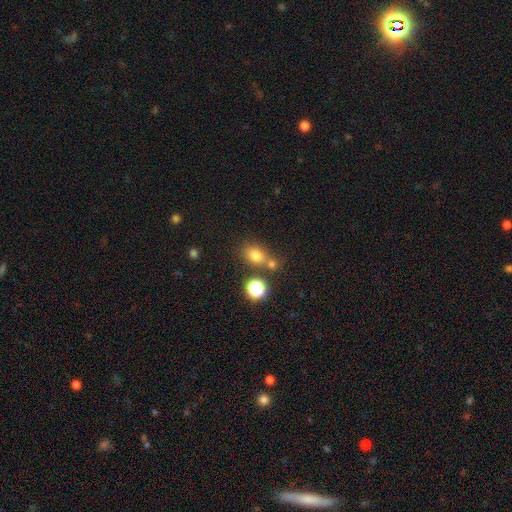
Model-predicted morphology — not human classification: smooth 74%, star or artifact 17%, featured or disk 8%. Down the decision tree: how rounded — in between (51%); merging — none (59%).